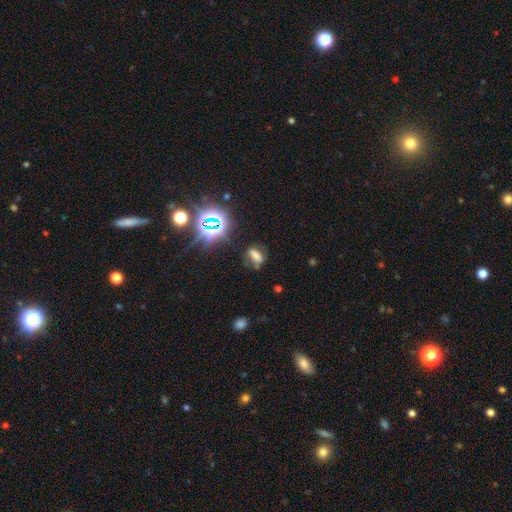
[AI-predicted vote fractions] Smooth or featured? smooth (49%)
Merging? none (67%)